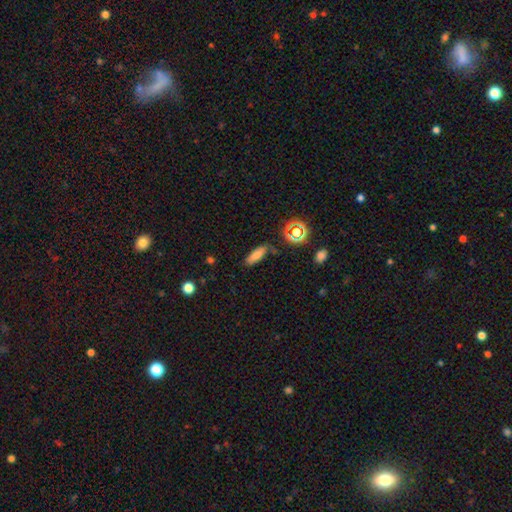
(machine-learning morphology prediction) type=smooth (76%); roundness=in between (50%); merging=none (70%).